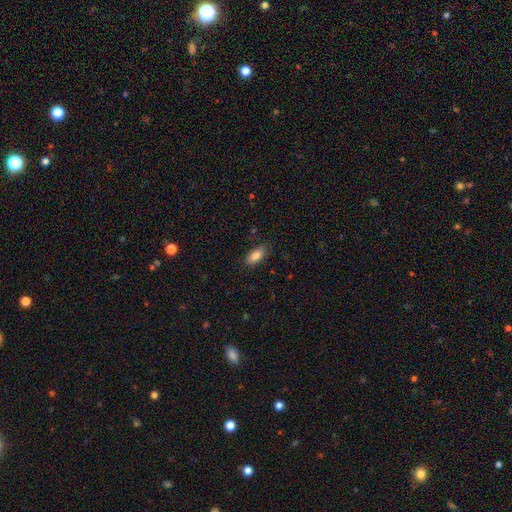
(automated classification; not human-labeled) Smooth or featured? Predicted: smooth (p=0.84). How rounded? Predicted: in between (p=0.88). Merging? Predicted: none (p=0.84).